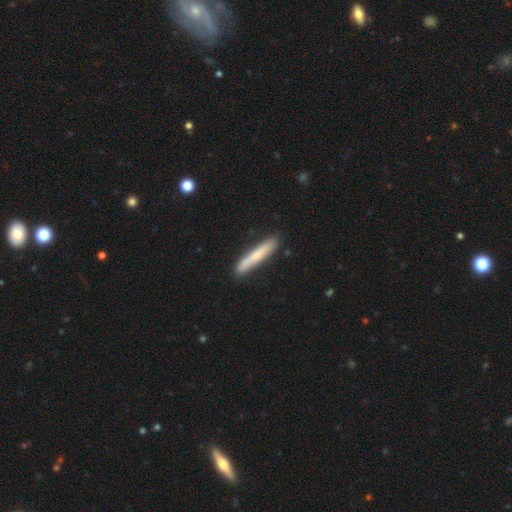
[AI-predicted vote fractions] The model was most divided on "smooth or featured": smooth: 69%, featured or disk: 25%, star or artifact: 6%. More confident: how rounded — cigar-shaped (94%); merging — none (86%).